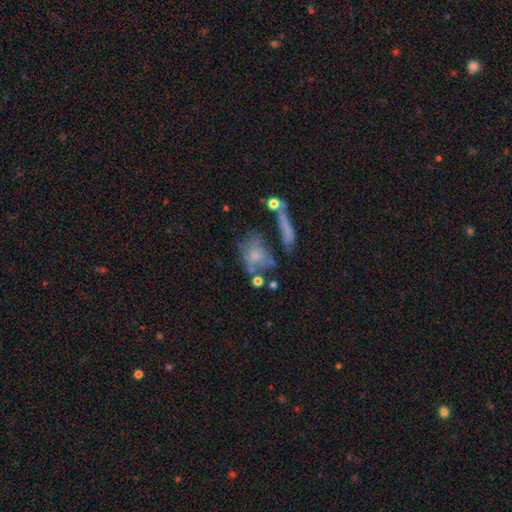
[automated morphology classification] A smooth galaxy with no disk features (60%) that is in between round and cigar-shaped (58%). Merging: none (32%).